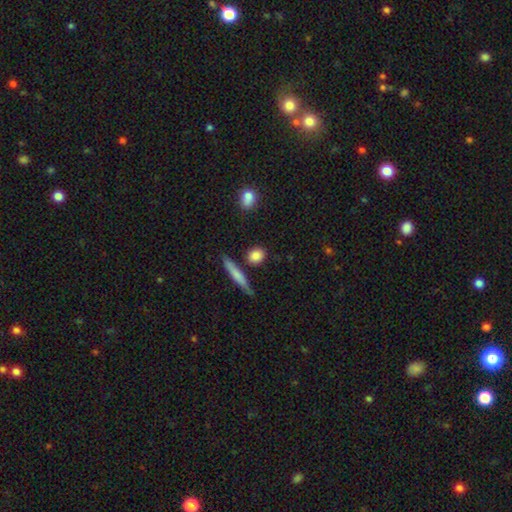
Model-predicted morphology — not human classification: Q: Smooth or featured?
A: smooth (84%); runner-up: featured or disk (9%)
Q: How rounded?
A: round (64%); runner-up: in between (26%)
Q: Merging?
A: none (81%); runner-up: minor disturbance (10%)